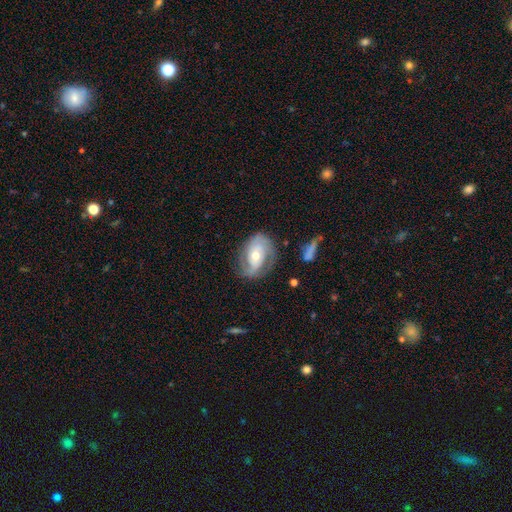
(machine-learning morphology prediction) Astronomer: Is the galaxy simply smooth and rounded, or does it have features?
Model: featured or disk — 79%.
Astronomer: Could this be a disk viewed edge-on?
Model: no — 96%.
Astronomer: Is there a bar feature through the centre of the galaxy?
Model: no — 60%.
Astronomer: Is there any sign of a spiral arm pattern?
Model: yes — 91%.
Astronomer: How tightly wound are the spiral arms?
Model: tight — 52% (runner-up: medium, 36%).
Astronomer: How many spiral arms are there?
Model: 2 — 61%.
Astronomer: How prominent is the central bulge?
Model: moderate — 66%.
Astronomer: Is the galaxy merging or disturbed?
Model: none — 71%.